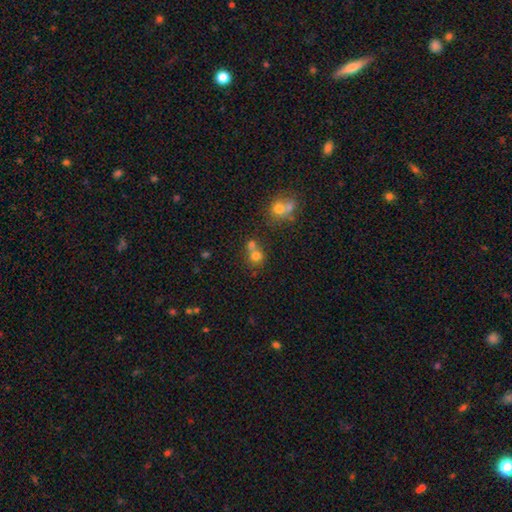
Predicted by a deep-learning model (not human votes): Smooth or featured?
  - smooth: 72% *
  - star or artifact: 16%
  - featured or disk: 13%
How rounded?
  - round: 82% *
  - in between: 17%
  - cigar-shaped: 1%
Merging?
  - merger: 49% *
  - none: 41%
  - minor disturbance: 7%
  - major disturbance: 3%